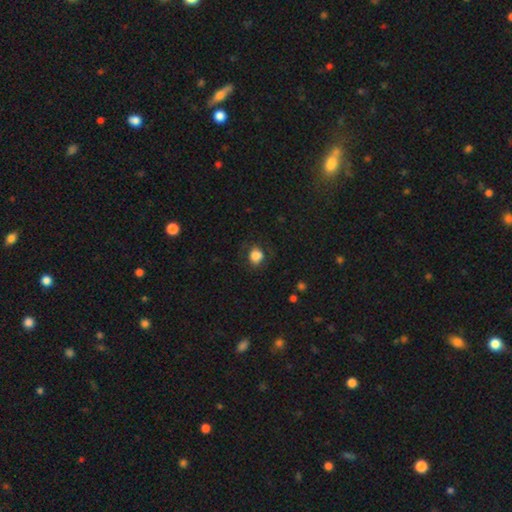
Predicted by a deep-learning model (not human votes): This is clearly a smooth galaxy (84%). How rounded: likely round (67%). Merging: likely none (73%).